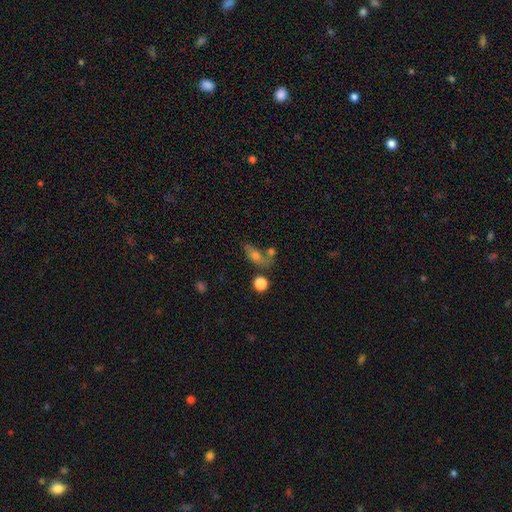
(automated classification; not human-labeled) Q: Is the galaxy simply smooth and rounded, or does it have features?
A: smooth — 61%.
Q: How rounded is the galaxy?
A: in between — 64%.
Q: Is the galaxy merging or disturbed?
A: none — 43%.